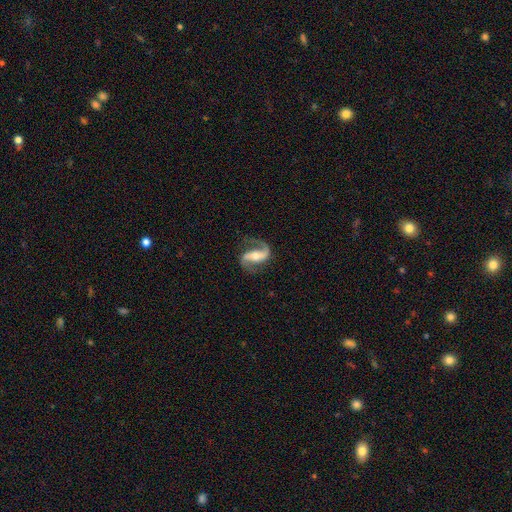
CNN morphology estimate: Overall: featured or disk (90%). Edge-on disk: no (97%). Bar: strong (44%; weak 32%). Spiral arms: yes (97%). Spiral arm count: 2 (93%). Spiral winding: loose (47%; medium 43%). Bulge size: moderate (55%; small 35%). Merging: none (79%).